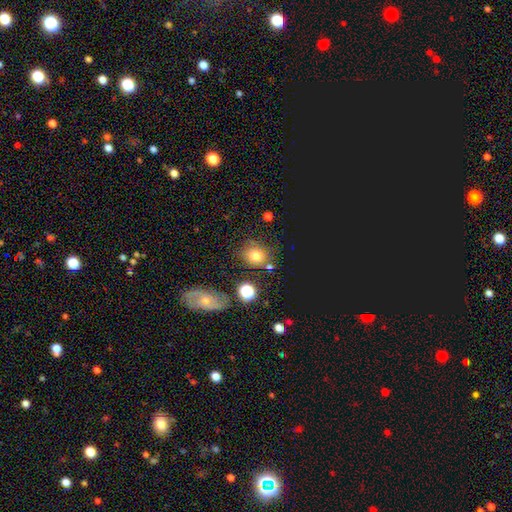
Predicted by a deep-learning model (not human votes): A smooth galaxy with no disk features (65%) that is round (71%).

Vote fractions:
- Smooth or featured? smooth: 65% / star or artifact: 20% / featured or disk: 16%
- How rounded? round: 71% / in between: 28% / cigar-shaped: 1%
- Merging? none: 72% / minor disturbance: 15% / merger: 8% / major disturbance: 6%